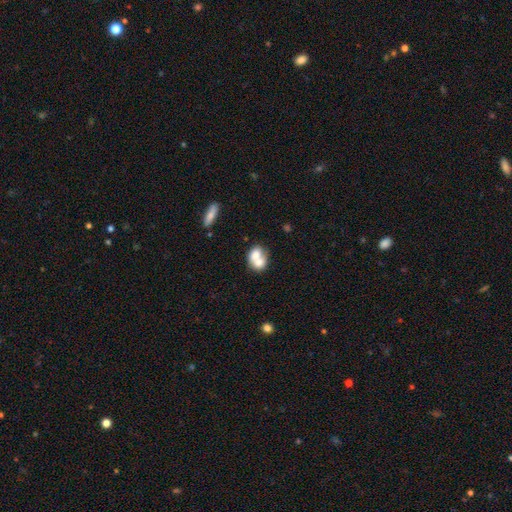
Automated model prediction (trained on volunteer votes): Overall: smooth (67%). How rounded: in between (52%; round 47%). Merging: merger (71%).